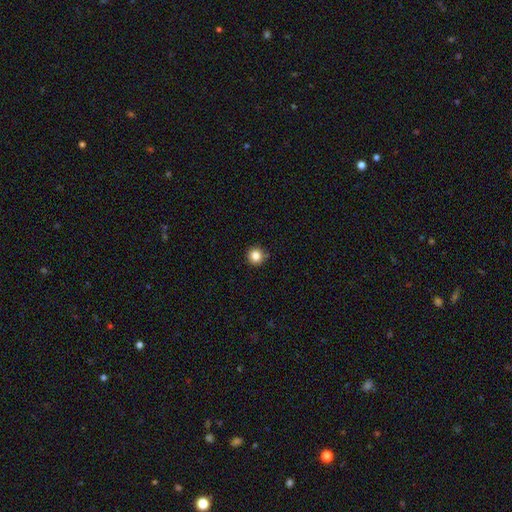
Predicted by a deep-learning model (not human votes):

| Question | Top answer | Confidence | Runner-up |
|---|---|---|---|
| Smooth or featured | smooth | 84% | star or artifact (11%) |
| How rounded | round | 95% | in between (4%) |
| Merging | none | 89% | minor disturbance (8%) |